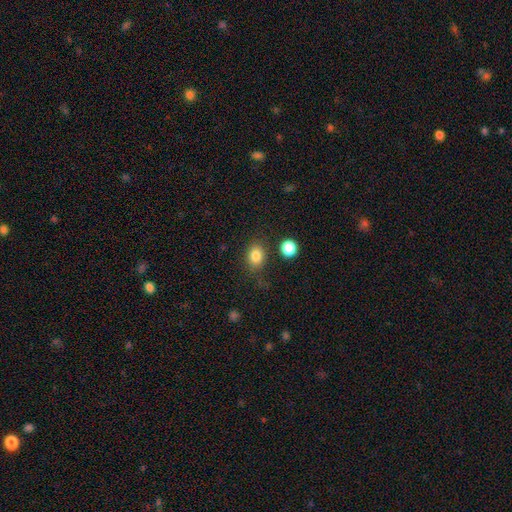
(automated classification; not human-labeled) Smooth or featured? Predicted: smooth (p=0.84). How rounded? Predicted: in between (p=0.57). Merging? Predicted: none (p=0.78).